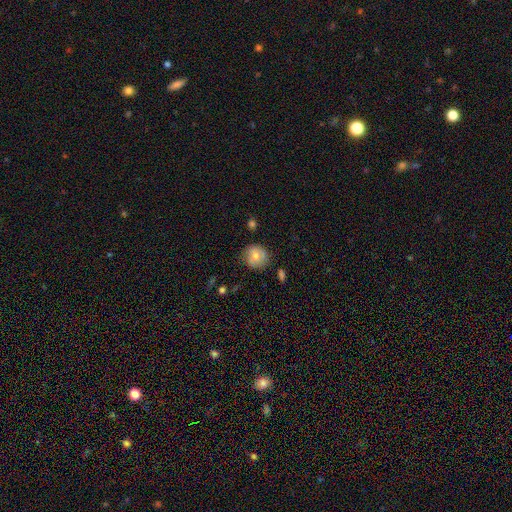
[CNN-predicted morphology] Smooth or featured?
  - smooth: 66% *
  - featured or disk: 25%
  - star or artifact: 9%
How rounded?
  - round: 86% *
  - in between: 13%
  - cigar-shaped: 1%
Merging?
  - none: 73% *
  - minor disturbance: 20%
  - major disturbance: 4%
  - merger: 3%